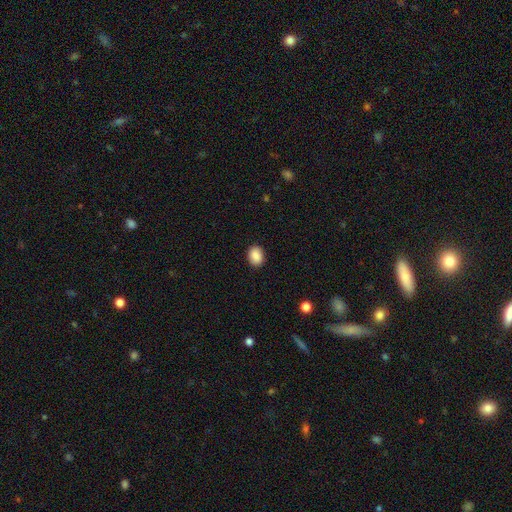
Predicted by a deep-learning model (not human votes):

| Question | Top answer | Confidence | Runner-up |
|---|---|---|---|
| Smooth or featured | smooth | 89% | star or artifact (8%) |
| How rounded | in between | 62% | round (37%) |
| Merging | none | 90% | minor disturbance (7%) |